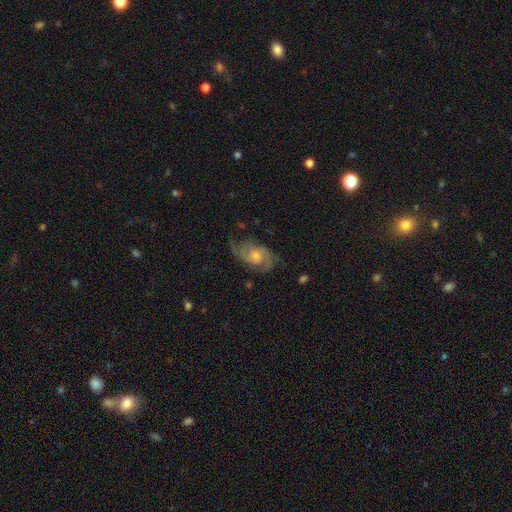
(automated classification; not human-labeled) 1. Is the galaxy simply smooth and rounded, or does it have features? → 83% featured or disk, 11% smooth, 6% star or artifact.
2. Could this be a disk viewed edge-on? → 97% no, 3% yes.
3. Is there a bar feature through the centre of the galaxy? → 61% no, 34% weak, 5% strong.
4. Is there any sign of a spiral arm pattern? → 96% yes, 4% no.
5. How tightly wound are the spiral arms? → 50% medium, 32% tight, 18% loose.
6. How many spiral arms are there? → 79% 2, 8% can't tell, 6% 3, 2% 1, 2% 4, 2% more than 4.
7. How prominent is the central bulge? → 48% moderate, 39% small, 7% none, 5% large, 1% dominant.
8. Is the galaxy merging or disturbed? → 69% none, 20% minor disturbance, 9% major disturbance, 1% merger.